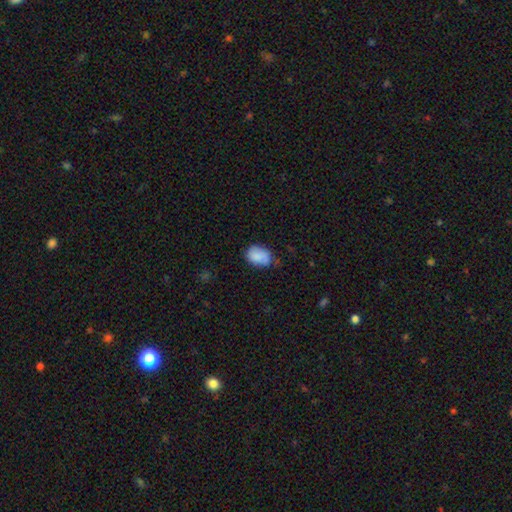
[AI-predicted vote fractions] This is clearly a smooth galaxy (82%). How rounded: likely in between (74%). Merging: possibly none (57%).